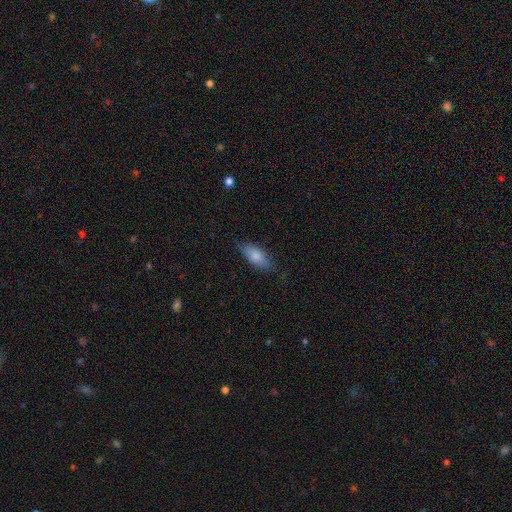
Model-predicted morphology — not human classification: The model was most divided on "merging": none: 75%, minor disturbance: 20%, major disturbance: 4%, merger: 1%. More confident: how rounded — in between (85%); smooth or featured — smooth (81%).